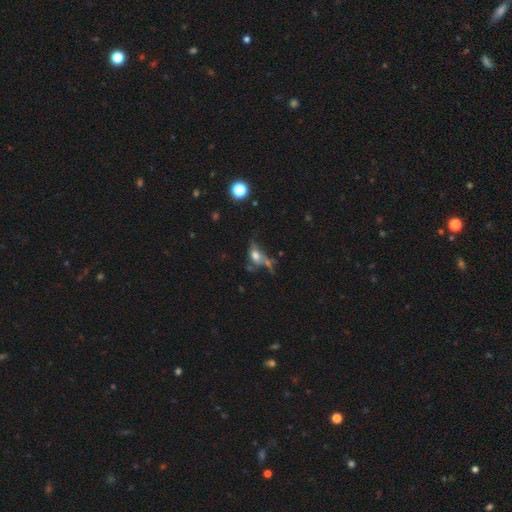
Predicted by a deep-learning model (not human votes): This appears to be a smooth galaxy with no disk features (51%) that is in between round and cigar-shaped (72%). Merging: none (31%).